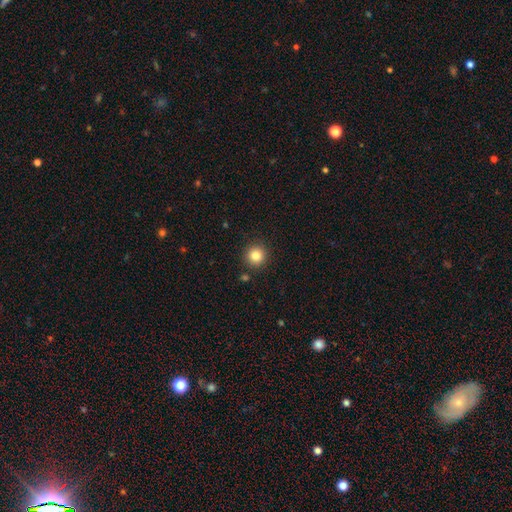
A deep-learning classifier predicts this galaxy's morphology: A smooth galaxy with no disk features (83%) that is round (95%). Merging: none (90%).